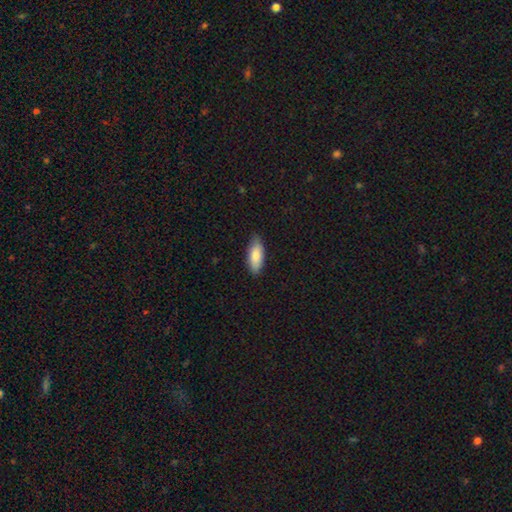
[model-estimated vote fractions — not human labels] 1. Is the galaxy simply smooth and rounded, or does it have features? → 85% smooth, 10% featured or disk, 6% star or artifact.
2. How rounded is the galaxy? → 78% in between, 20% cigar-shaped, 2% round.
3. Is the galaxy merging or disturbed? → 83% none, 14% minor disturbance, 2% major disturbance, 1% merger.